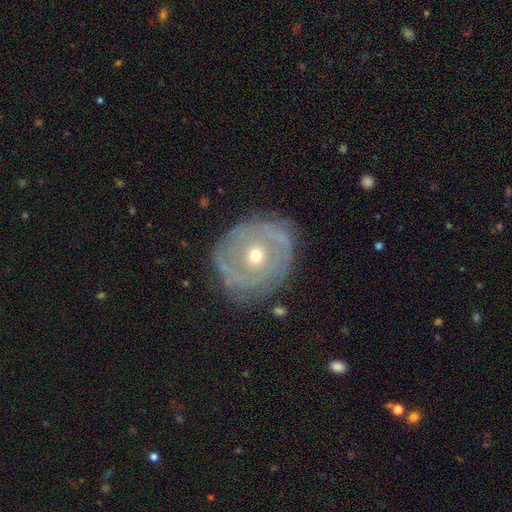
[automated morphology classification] Smooth or featured? Predicted: featured or disk (p=0.75). Edge-on disk? Predicted: no (p=0.96). Bar? Predicted: no (p=0.82). Spiral arms? Predicted: yes (p=0.73). Spiral winding? Predicted: tight (p=0.73). Spiral arm count? Predicted: can't tell (p=0.42). Bulge size? Predicted: moderate (p=0.49). Merging? Predicted: none (p=0.75).